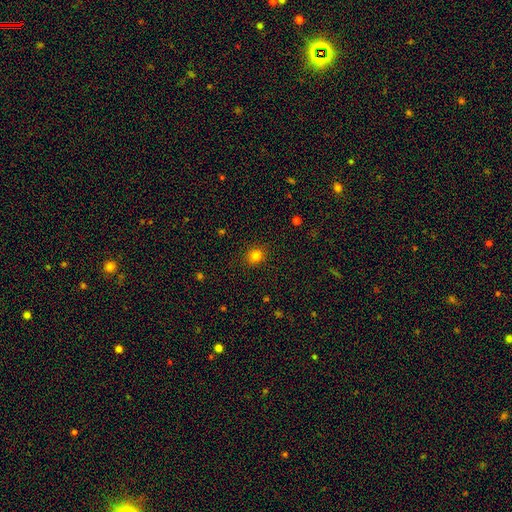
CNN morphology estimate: Smooth or featured? smooth (82%)
How rounded? round (73%)
Merging? none (89%)